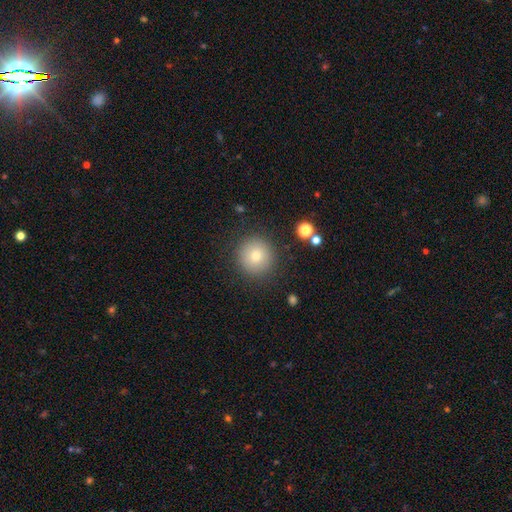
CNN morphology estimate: Smooth or featured: smooth — 76% (star or artifact — 12%)
How rounded: round — 95% (in between — 4%)
Merging: none — 89% (minor disturbance — 7%)